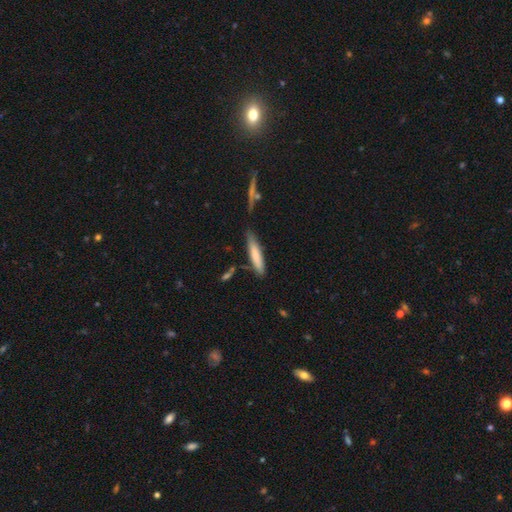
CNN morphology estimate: smooth-or-featured: smooth: 74% | featured or disk: 20% | star or artifact: 6%
  how-rounded: cigar-shaped: 84% | in between: 15% | round: 1%
  merging: none: 74% | minor disturbance: 17% | merger: 5% | major disturbance: 3%